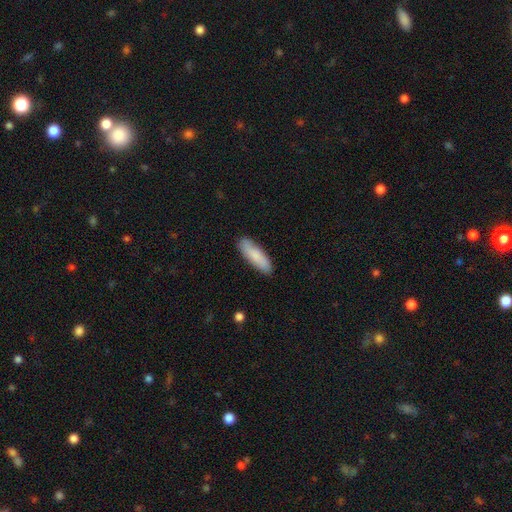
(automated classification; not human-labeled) Smooth or featured?
  - smooth: 81% *
  - featured or disk: 13%
  - star or artifact: 6%
How rounded?
  - cigar-shaped: 52% *
  - in between: 47%
  - round: 2%
Merging?
  - none: 85% *
  - minor disturbance: 12%
  - major disturbance: 2%
  - merger: 1%